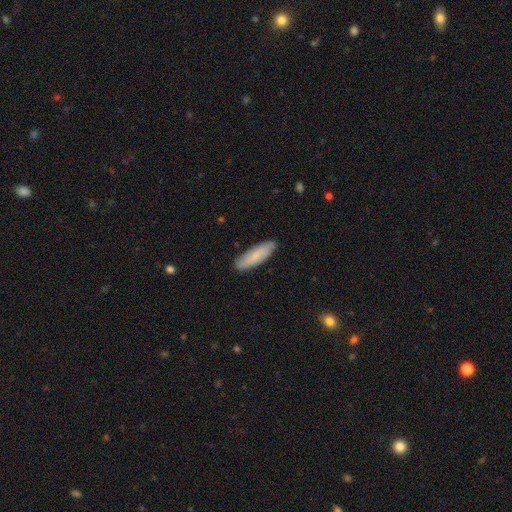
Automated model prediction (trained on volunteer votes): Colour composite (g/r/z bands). It shows a smooth galaxy with no disk features (72%) that is cigar-shaped (55%). Merging: none (85%).